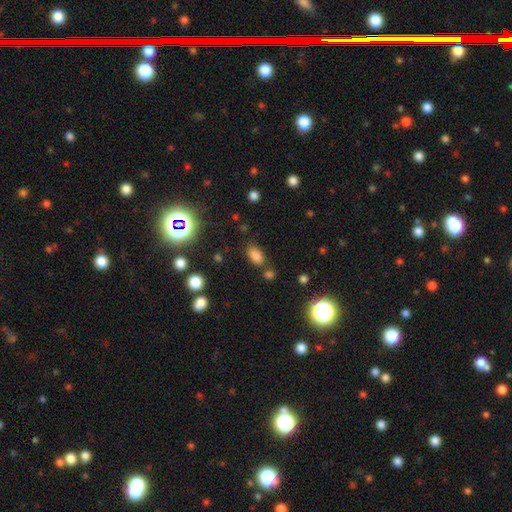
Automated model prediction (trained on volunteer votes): This is likely a smooth galaxy (78%). How rounded: clearly in between (89%). Merging: likely none (73%).